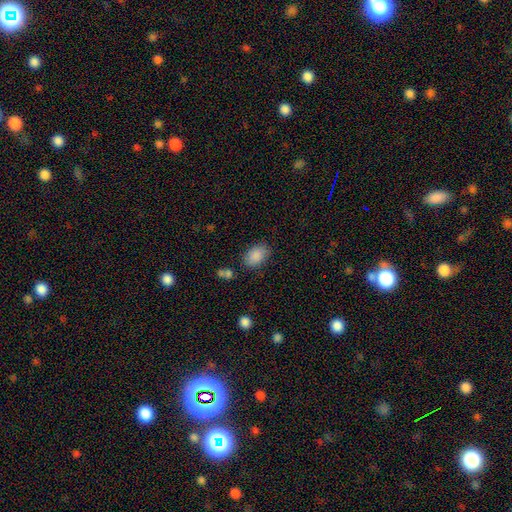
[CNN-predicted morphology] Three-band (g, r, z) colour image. It shows a smooth galaxy with no disk features (87%) that is in between round and cigar-shaped (84%). Merging: none (79%).